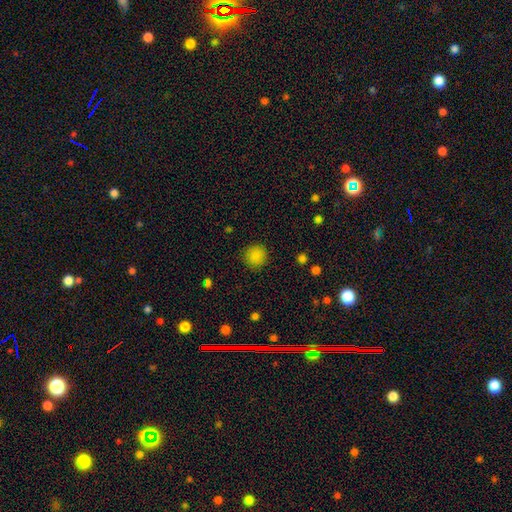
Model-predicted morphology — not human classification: Smooth or featured? Predicted: smooth (p=0.86). How rounded? Predicted: round (p=0.92). Merging? Predicted: none (p=0.89).